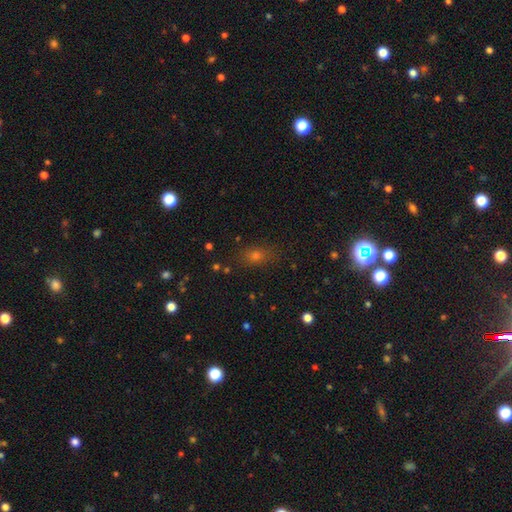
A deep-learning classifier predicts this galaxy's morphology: A smooth galaxy with no disk features (58%) that is in between round and cigar-shaped (59%). Merging: none (83%).